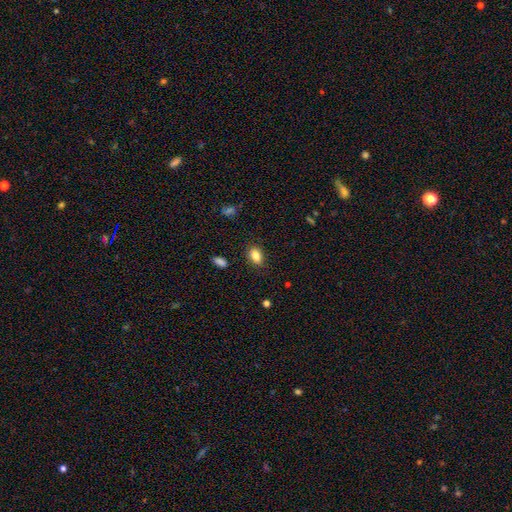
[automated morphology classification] smooth_or_featured: smooth (p=0.84) [alt: star or artifact p=0.10]
how_rounded: in between (p=0.80) [alt: round p=0.18]
merging: none (p=0.85) [alt: minor disturbance p=0.11]